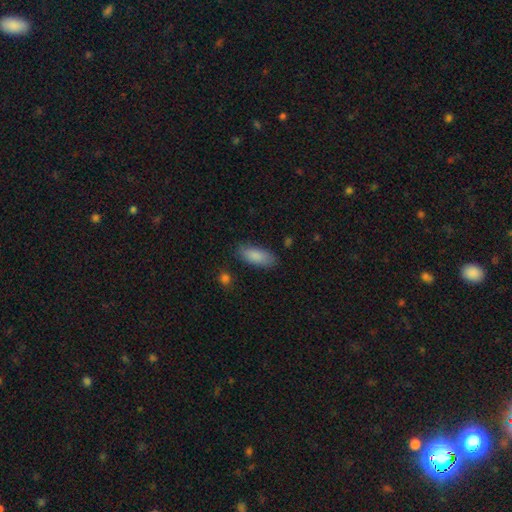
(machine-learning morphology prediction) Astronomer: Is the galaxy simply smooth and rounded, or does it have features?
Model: smooth — 88%.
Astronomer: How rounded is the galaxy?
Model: in between — 80%.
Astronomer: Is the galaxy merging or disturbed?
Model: none — 82%.